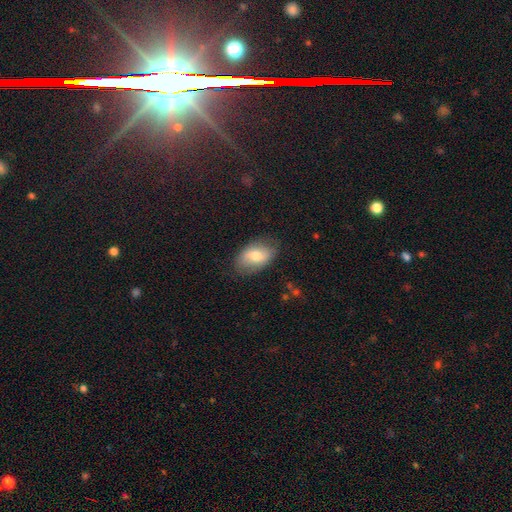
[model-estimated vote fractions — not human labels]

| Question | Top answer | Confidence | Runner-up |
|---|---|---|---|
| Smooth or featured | smooth | 65% | featured or disk (28%) |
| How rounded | in between | 90% | round (8%) |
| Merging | none | 76% | minor disturbance (18%) |